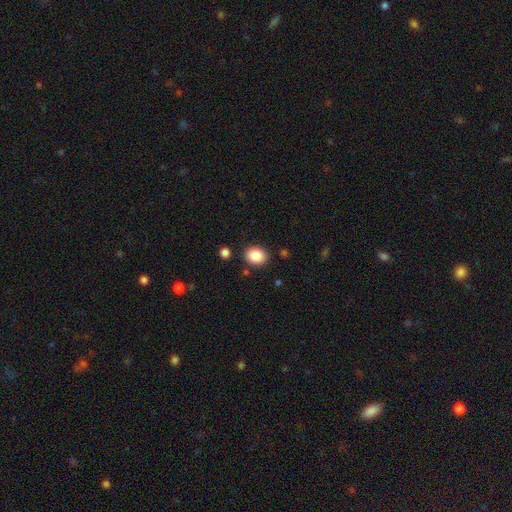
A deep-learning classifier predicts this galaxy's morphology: Q: Smooth or featured?
A: smooth (87%); runner-up: star or artifact (8%)
Q: How rounded?
A: round (50%); runner-up: in between (49%)
Q: Merging?
A: none (86%); runner-up: minor disturbance (9%)